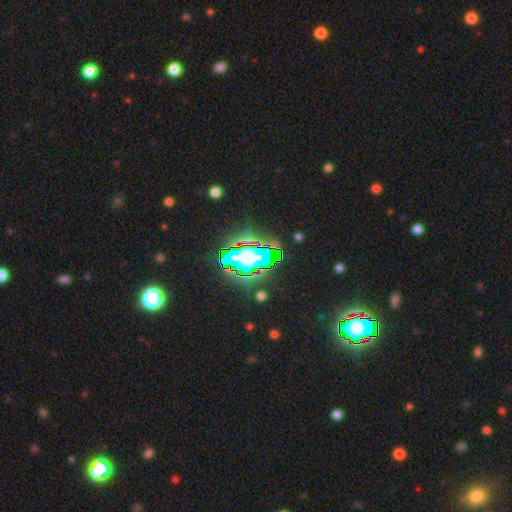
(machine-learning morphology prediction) The model was most divided on "smooth or featured": star or artifact: 67%, smooth: 17%, featured or disk: 16%.